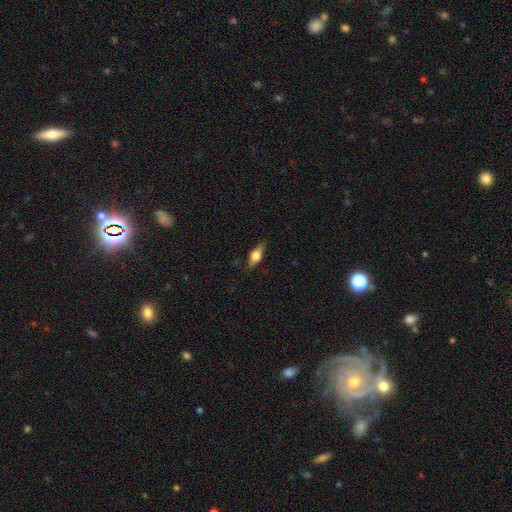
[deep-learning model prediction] The model was most divided on "smooth or featured": smooth: 47%, featured or disk: 46%, star or artifact: 7%. More confident: merging — none (81%).